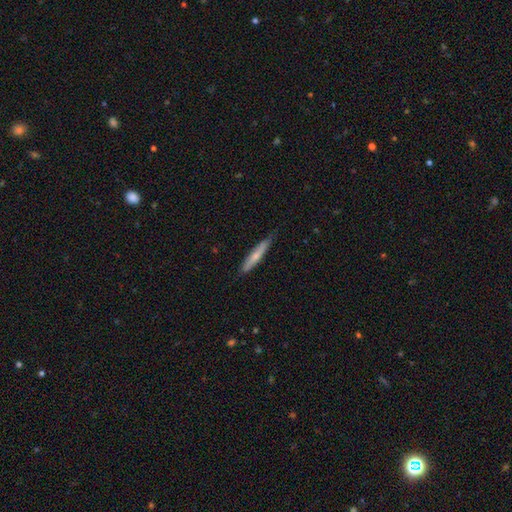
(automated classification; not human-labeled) smooth-or-featured: smooth: 61% | featured or disk: 34% | star or artifact: 6%
  how-rounded: cigar-shaped: 93% | in between: 6% | round: 1%
  merging: none: 81% | minor disturbance: 16% | major disturbance: 2% | merger: 1%